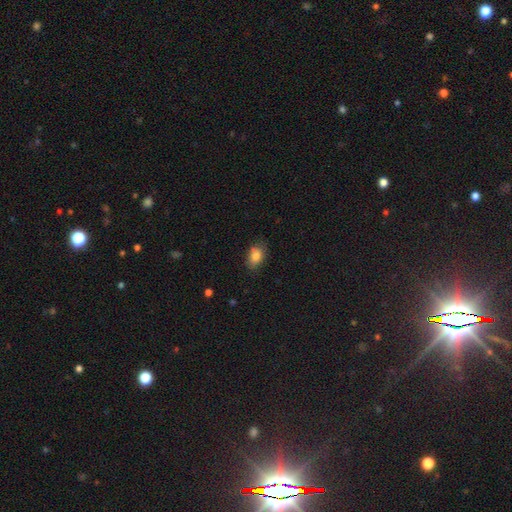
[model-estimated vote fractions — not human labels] This appears to be a smooth galaxy with no disk features (84%) that is in between round and cigar-shaped (84%). Merging: none (75%).